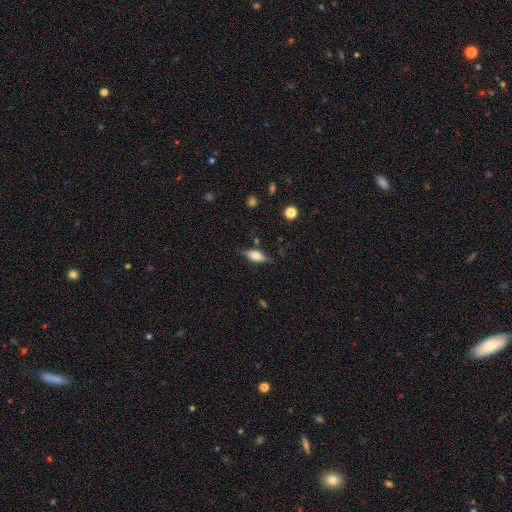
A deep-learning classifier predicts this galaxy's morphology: Smooth or featured: featured or disk — 46% (tied with smooth — 46%)
Merging: none — 79% (minor disturbance — 15%)